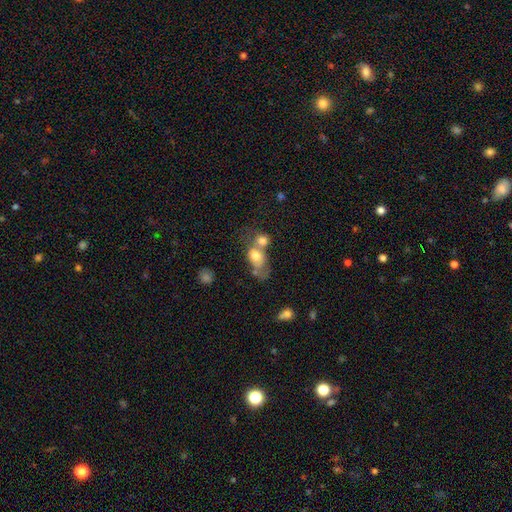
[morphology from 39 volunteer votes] smooth 79%, featured or disk 18%, star or artifact 3%. Down the decision tree: how rounded — in between (58%); merging — merger (58%).